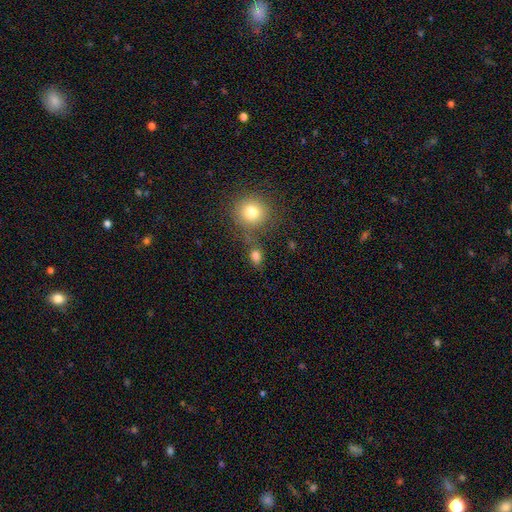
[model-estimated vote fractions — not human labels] Overall: smooth (79%). How rounded: in between (58%; round 39%). Merging: none (67%).